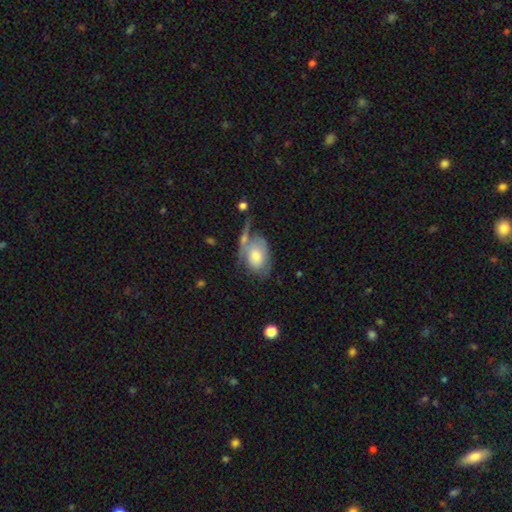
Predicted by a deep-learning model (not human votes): smooth 55%, featured or disk 38%, star or artifact 8%. Down the decision tree: how rounded — in between (80%); merging — none (34%).